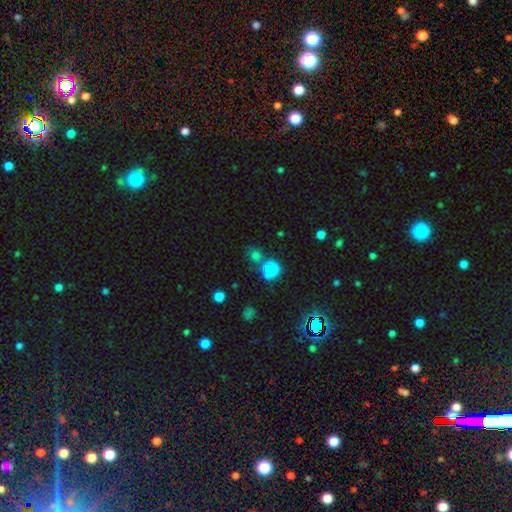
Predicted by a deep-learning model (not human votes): A smooth galaxy with no disk features (62%) that is round (82%). Merging: none (70%).